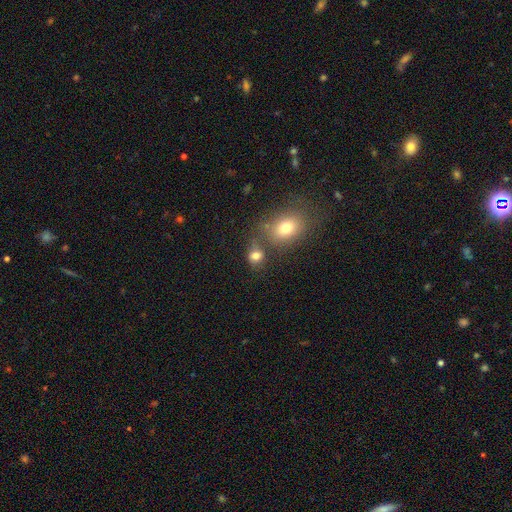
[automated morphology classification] A smooth galaxy with no disk features (77%) that is round (56%). Merging: none (54%).